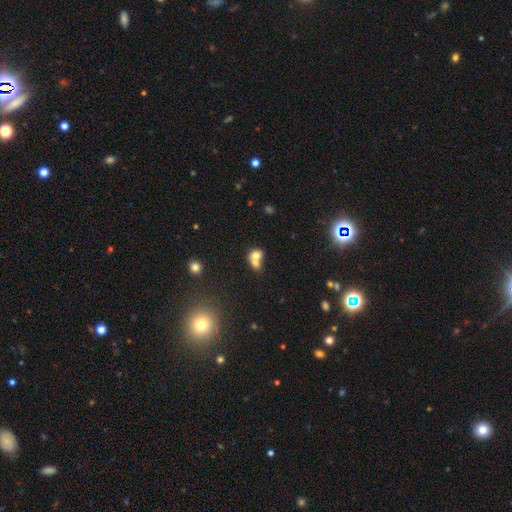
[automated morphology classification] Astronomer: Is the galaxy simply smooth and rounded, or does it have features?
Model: smooth — 71%.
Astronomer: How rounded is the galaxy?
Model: round — 59% (runner-up: in between, 40%).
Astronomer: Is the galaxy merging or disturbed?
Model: merger — 68%.